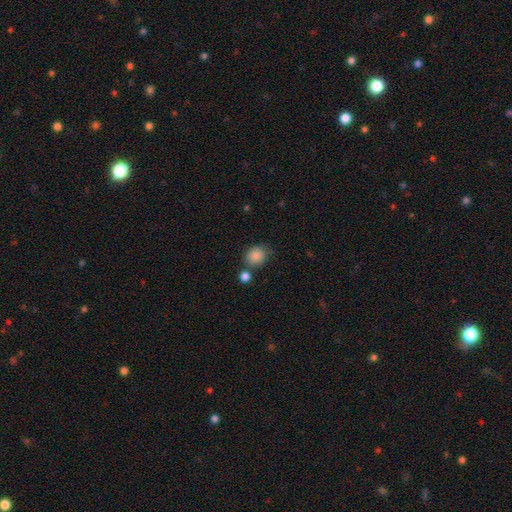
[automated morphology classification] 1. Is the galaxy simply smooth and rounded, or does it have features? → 86% smooth, 9% star or artifact, 5% featured or disk.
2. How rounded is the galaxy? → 72% round, 27% in between, 1% cigar-shaped.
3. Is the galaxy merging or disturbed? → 67% none, 15% minor disturbance, 13% merger, 4% major disturbance.